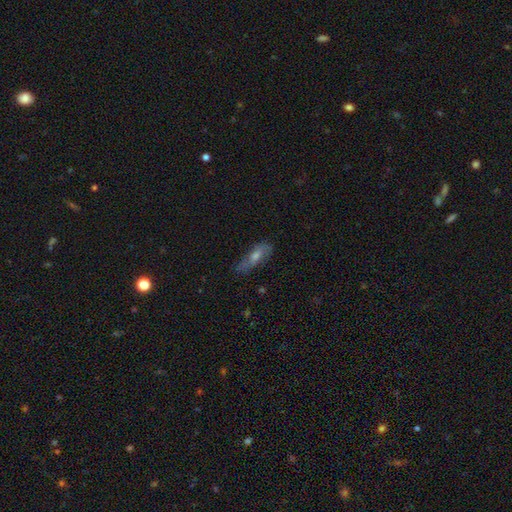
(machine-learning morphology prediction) Smooth or featured: featured or disk — 48% (smooth — 40%)
Merging: none — 70% (minor disturbance — 21%)